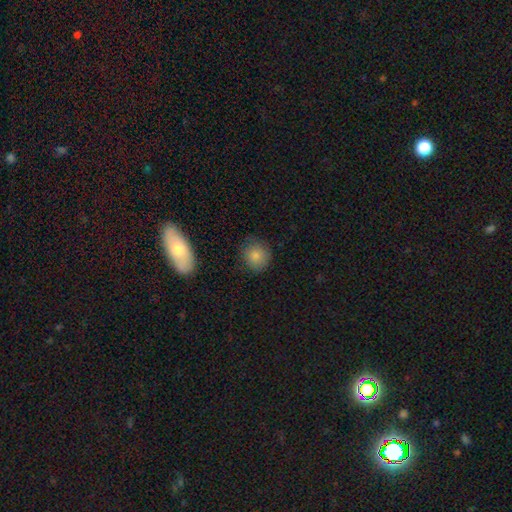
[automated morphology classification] Smooth or featured: smooth — 84% (star or artifact — 9%)
How rounded: round — 88% (in between — 11%)
Merging: none — 83% (minor disturbance — 12%)